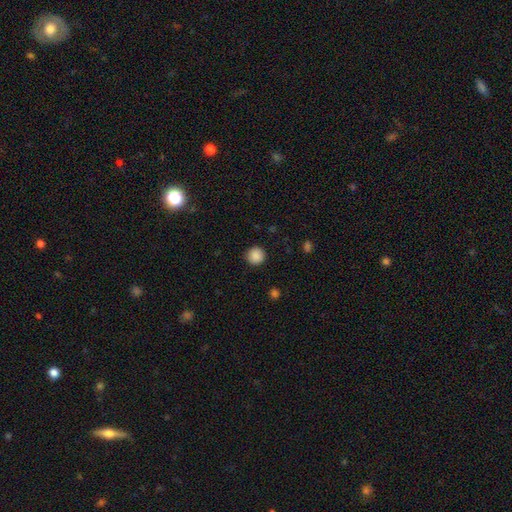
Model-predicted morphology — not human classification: The model was most divided on "smooth or featured": smooth: 88%, star or artifact: 9%, featured or disk: 3%. More confident: how rounded — round (94%); merging — none (91%).